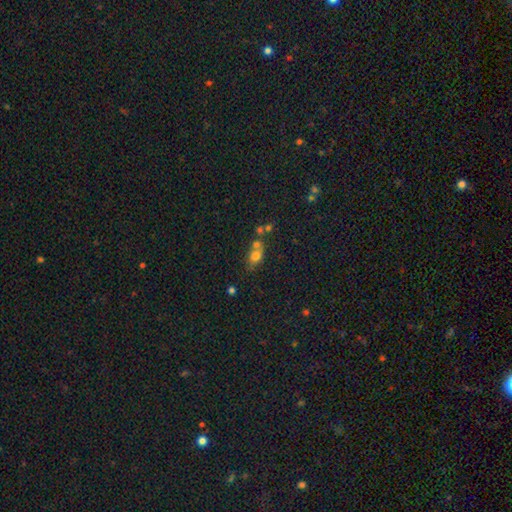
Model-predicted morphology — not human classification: Smooth or featured: smooth — 69% (featured or disk — 16%)
How rounded: in between — 58% (round — 39%)
Merging: none — 43% (merger — 37%)